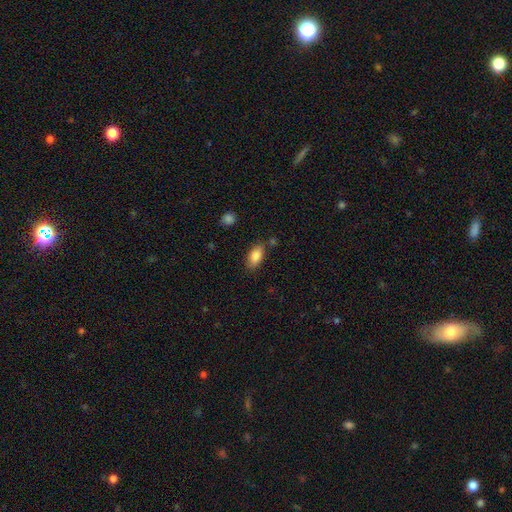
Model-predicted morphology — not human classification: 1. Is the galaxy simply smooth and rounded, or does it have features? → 84% smooth, 9% featured or disk, 7% star or artifact.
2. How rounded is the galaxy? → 90% in between, 6% cigar-shaped, 3% round.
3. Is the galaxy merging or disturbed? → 77% none, 15% minor disturbance, 5% merger, 3% major disturbance.